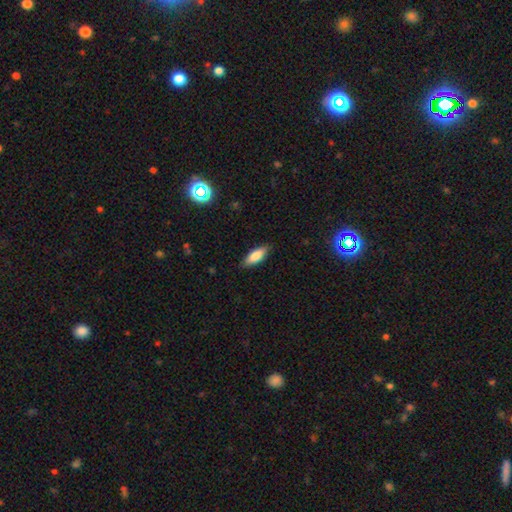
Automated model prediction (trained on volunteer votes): Smooth or featured: smooth — 77% (featured or disk — 16%)
How rounded: in between — 67% (cigar-shaped — 30%)
Merging: none — 85% (minor disturbance — 11%)